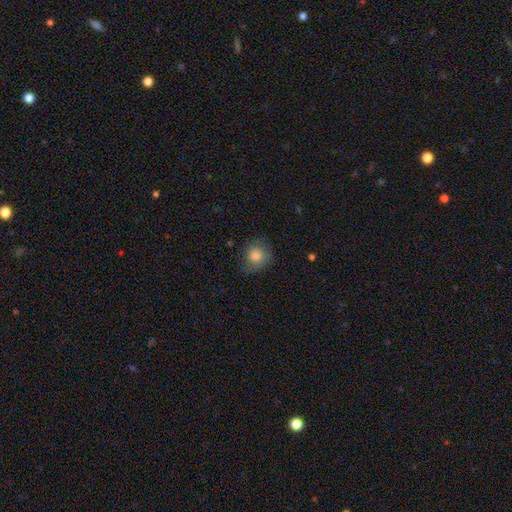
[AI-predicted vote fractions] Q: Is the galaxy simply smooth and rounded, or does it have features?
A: smooth — 75%.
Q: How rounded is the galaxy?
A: round — 81%.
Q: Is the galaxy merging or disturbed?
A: none — 68%.